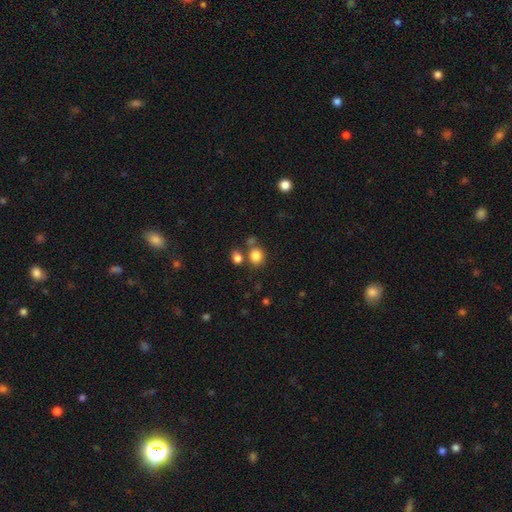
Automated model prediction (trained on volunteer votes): Q: Smooth or featured?
A: smooth (82%); runner-up: star or artifact (12%)
Q: How rounded?
A: round (77%); runner-up: in between (22%)
Q: Merging?
A: none (66%); runner-up: merger (19%)